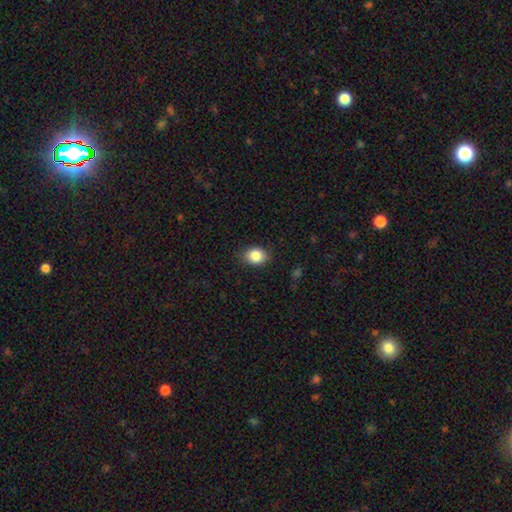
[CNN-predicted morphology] Smooth or featured: smooth — 85% (star or artifact — 9%)
How rounded: in between — 51% (round — 48%)
Merging: none — 84% (minor disturbance — 13%)